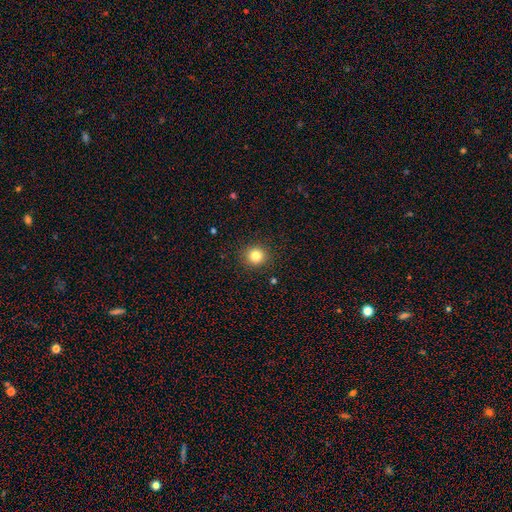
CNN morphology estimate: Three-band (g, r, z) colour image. It shows a smooth galaxy with no disk features (82%) that is round (91%). Merging: none (91%).